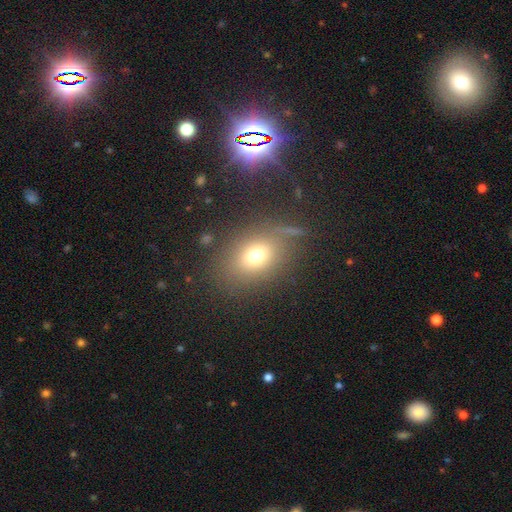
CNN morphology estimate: The model was most divided on "how rounded": in between: 56%, round: 42%, cigar-shaped: 2%. More confident: merging — none (76%); smooth or featured — smooth (70%).